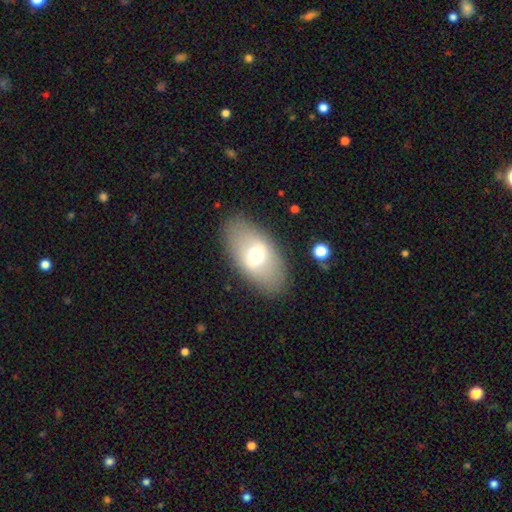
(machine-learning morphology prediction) smooth_or_featured: smooth (p=0.58) [alt: featured or disk p=0.35]
how_rounded: in between (p=0.91) [alt: round p=0.06]
merging: none (p=0.85) [alt: minor disturbance p=0.10]